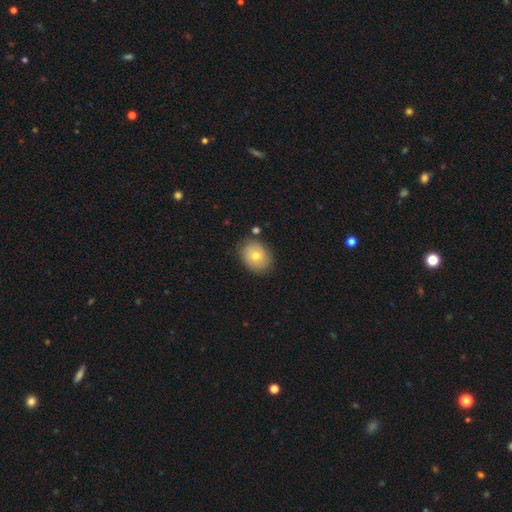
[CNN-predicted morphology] Smooth or featured?
  - smooth: 71% *
  - featured or disk: 21%
  - star or artifact: 8%
How rounded?
  - round: 51% *
  - in between: 48%
  - cigar-shaped: 1%
Merging?
  - none: 79% *
  - minor disturbance: 14%
  - merger: 4%
  - major disturbance: 3%